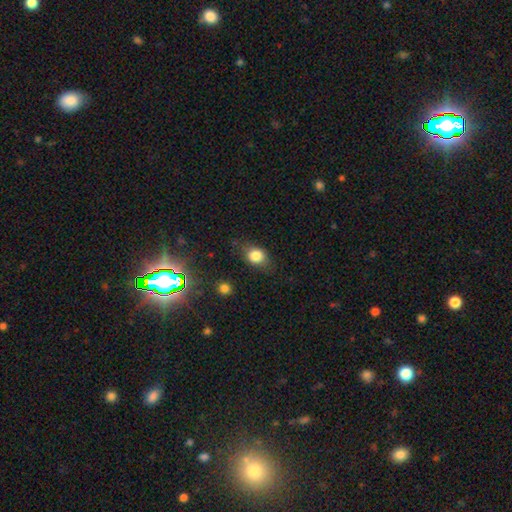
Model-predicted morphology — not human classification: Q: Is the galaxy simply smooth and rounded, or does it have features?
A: smooth — 80%.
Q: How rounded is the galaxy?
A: in between — 58%.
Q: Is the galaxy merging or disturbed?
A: none — 73%.